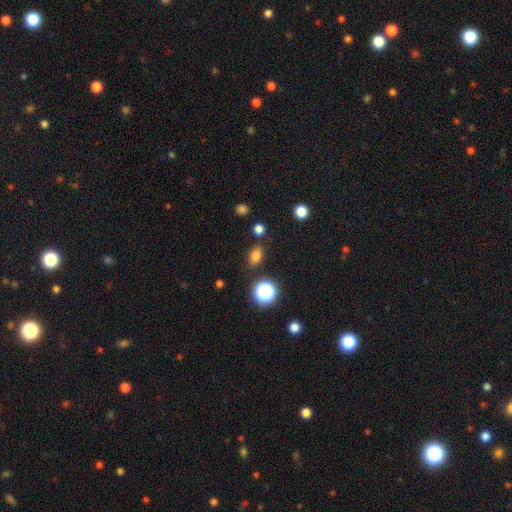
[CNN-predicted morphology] Q: Smooth or featured?
A: smooth (77%); runner-up: star or artifact (16%)
Q: How rounded?
A: in between (76%); runner-up: round (21%)
Q: Merging?
A: none (82%); runner-up: minor disturbance (10%)